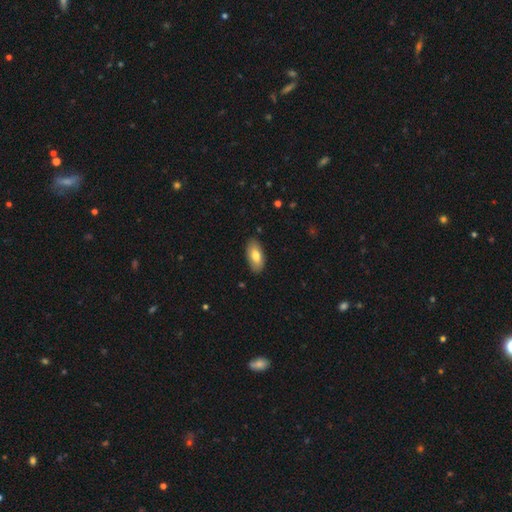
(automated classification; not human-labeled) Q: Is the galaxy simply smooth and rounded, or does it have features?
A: smooth — 76%.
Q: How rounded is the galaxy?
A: in between — 91%.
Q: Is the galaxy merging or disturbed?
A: none — 88%.